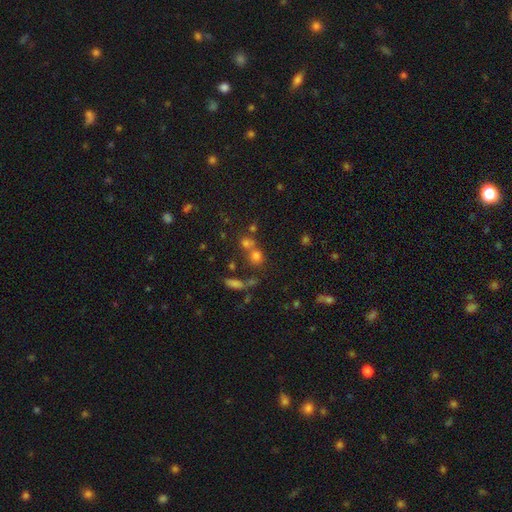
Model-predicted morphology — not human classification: Smooth or featured? Predicted: smooth (p=0.61). How rounded? Predicted: round (p=0.79). Merging? Predicted: none (p=0.46).